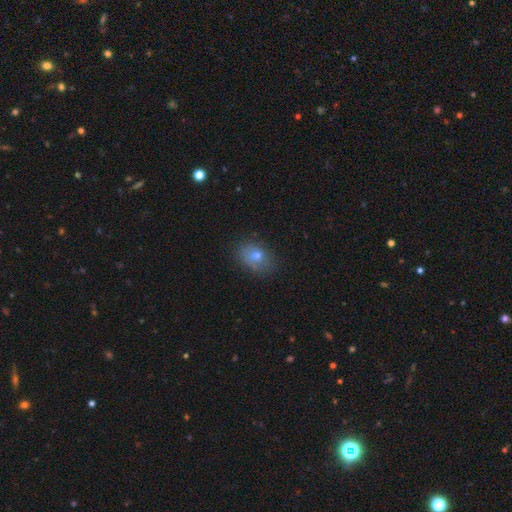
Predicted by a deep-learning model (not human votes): Smooth or featured? Predicted: smooth (p=0.74). How rounded? Predicted: in between (p=0.70). Merging? Predicted: none (p=0.81).